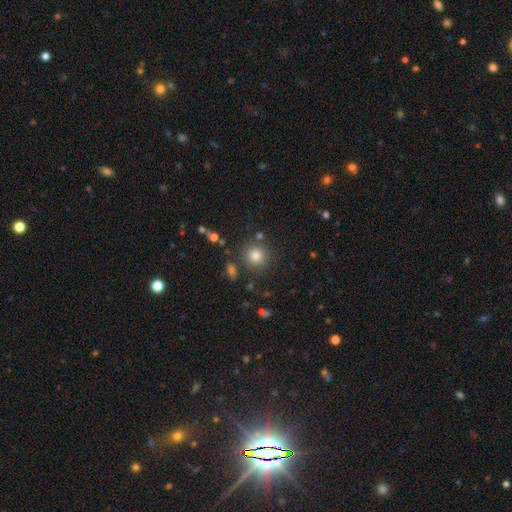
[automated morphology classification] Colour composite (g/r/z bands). It shows a smooth galaxy with no disk features (78%) that is round (92%). Merging: none (82%).